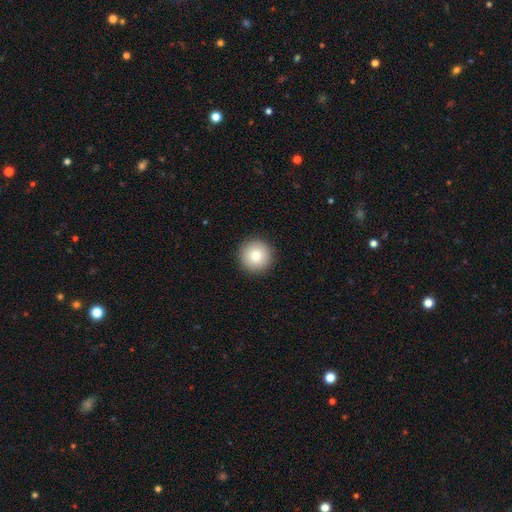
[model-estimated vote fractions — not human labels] The model was most divided on "smooth or featured": smooth: 81%, featured or disk: 10%, star or artifact: 9%. More confident: how rounded — round (96%); merging — none (93%).